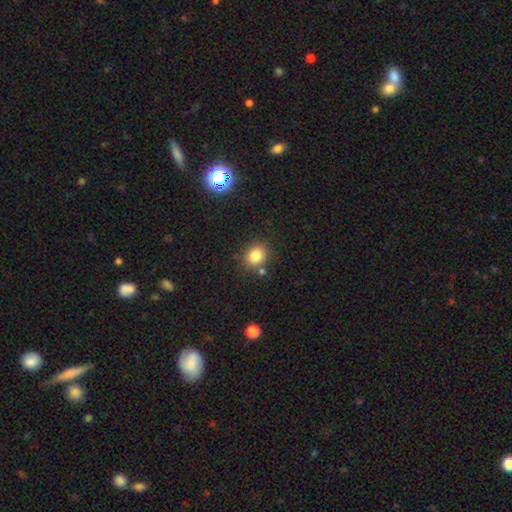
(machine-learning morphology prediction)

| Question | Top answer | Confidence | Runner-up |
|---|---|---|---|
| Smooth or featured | smooth | 82% | star or artifact (12%) |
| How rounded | round | 73% | in between (26%) |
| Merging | none | 78% | minor disturbance (11%) |